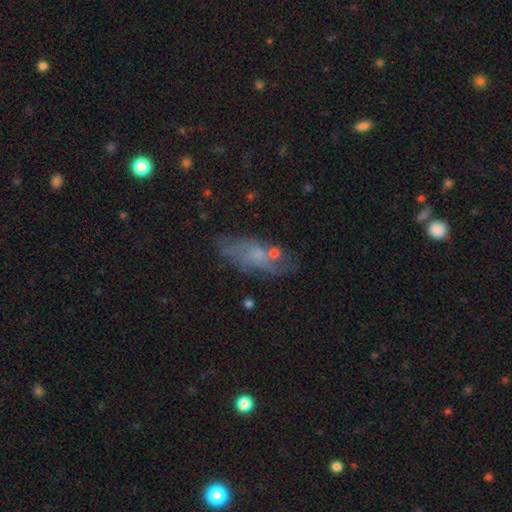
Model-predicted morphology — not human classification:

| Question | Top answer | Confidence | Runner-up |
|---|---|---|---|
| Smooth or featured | smooth | 48% | featured or disk (41%) |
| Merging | none | 54% | minor disturbance (24%) |